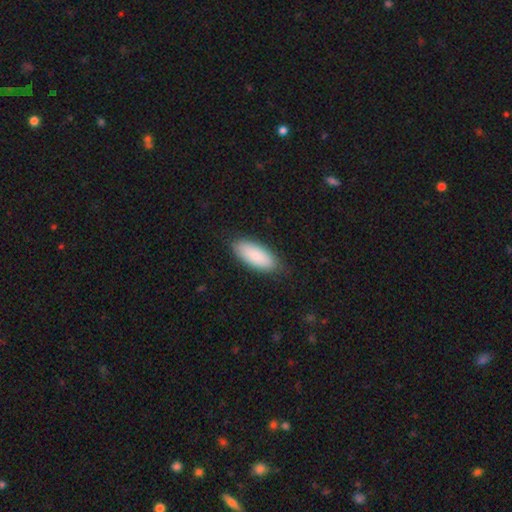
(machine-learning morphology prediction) A smooth galaxy with no disk features (88%) that is in between round and cigar-shaped (83%). Merging: none (86%).